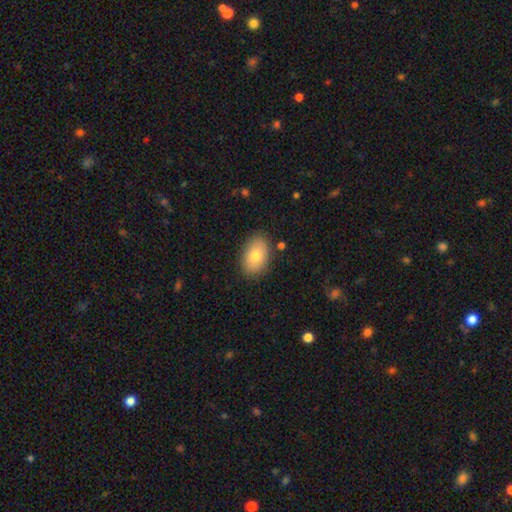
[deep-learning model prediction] This is likely a smooth galaxy (79%). How rounded: clearly in between (88%). Merging: clearly none (85%).